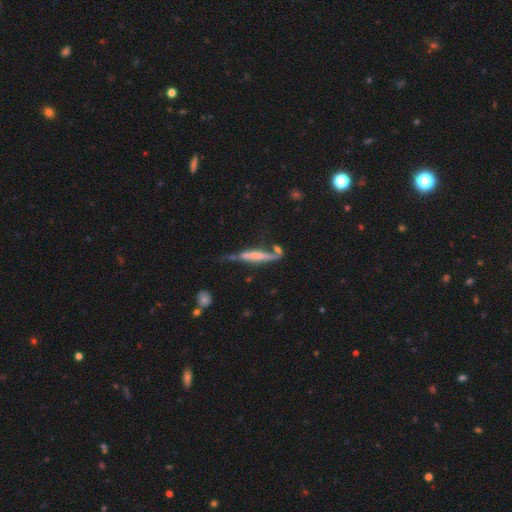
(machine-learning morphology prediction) Smooth or featured: featured or disk — 60% (smooth — 32%)
Edge-on disk: yes — 83% (no — 17%)
Edge-on bulge: rounded — 43% (none — 32%)
Merging: none — 42% (minor disturbance — 25%)